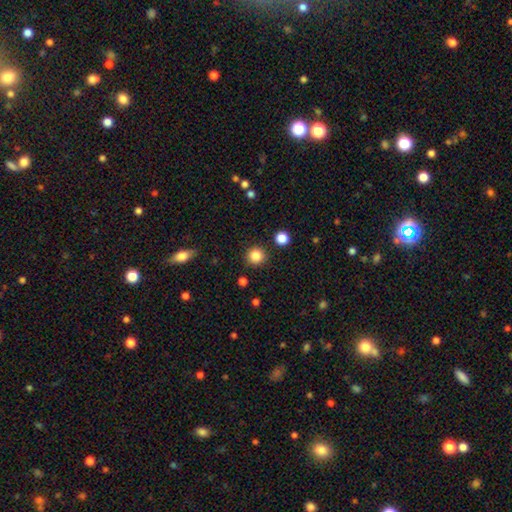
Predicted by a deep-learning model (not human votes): smooth_or_featured: smooth (p=0.85) [alt: star or artifact p=0.11]
how_rounded: round (p=0.94) [alt: in between p=0.05]
merging: none (p=0.89) [alt: minor disturbance p=0.06]